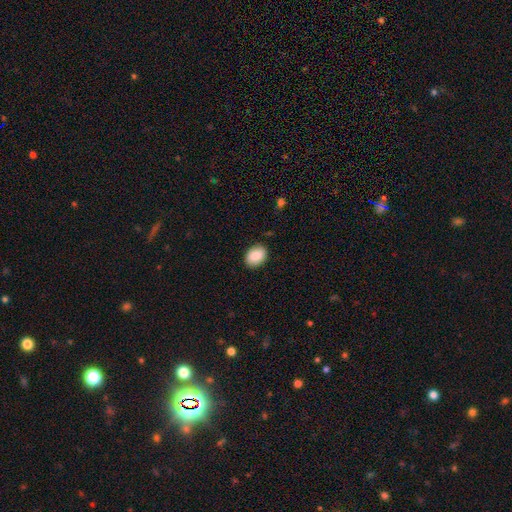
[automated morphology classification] This appears to be a smooth galaxy with no disk features (87%) that is in between round and cigar-shaped (77%). Merging: none (88%).